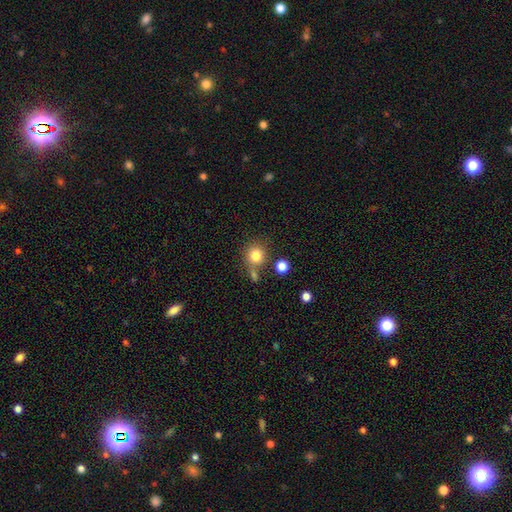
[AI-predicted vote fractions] smooth 81%, star or artifact 11%, featured or disk 8%. Down the decision tree: how rounded — round (89%); merging — none (65%).